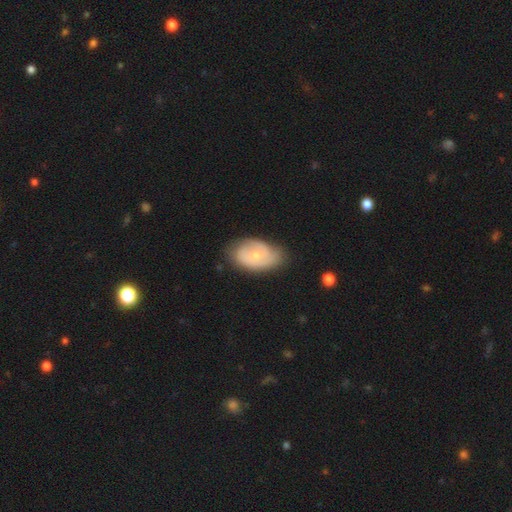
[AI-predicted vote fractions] This is possibly a featured or disk galaxy (55%). It is clearly not viewed edge-on (94%). Bar: clearly no (81%). Spiral arm pattern: likely yes (65%). Central bulge: possibly small (58%). Merging: likely none (65%).